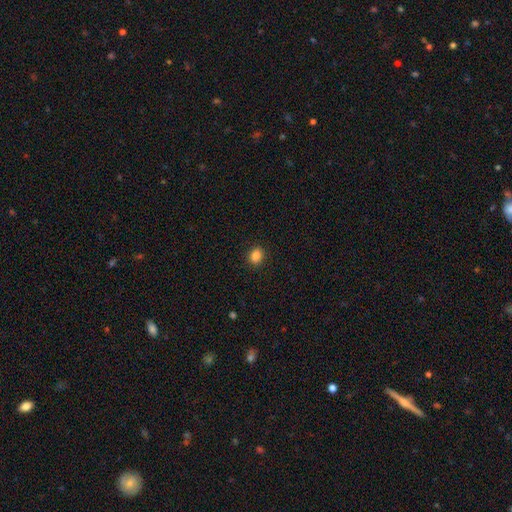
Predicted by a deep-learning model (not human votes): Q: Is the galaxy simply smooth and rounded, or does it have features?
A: smooth — 86%.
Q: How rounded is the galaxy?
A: round — 55%.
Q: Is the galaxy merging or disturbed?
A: none — 91%.